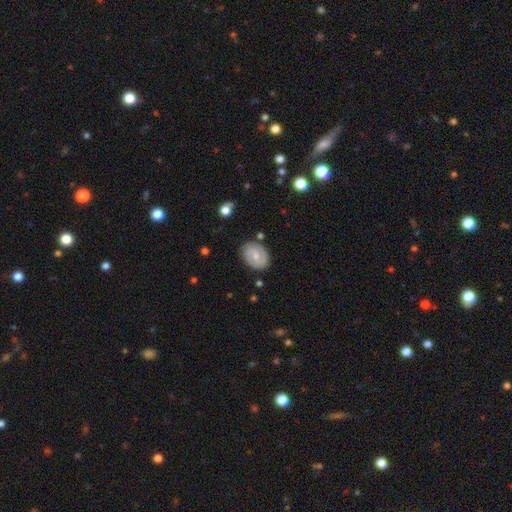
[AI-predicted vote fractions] featured or disk 54%, smooth 39%, star or artifact 7%. Down the decision tree: edge-on disk — no (96%); bar — no (51%); spiral arms — yes (74%); bulge size — moderate (53%); merging — none (82%).